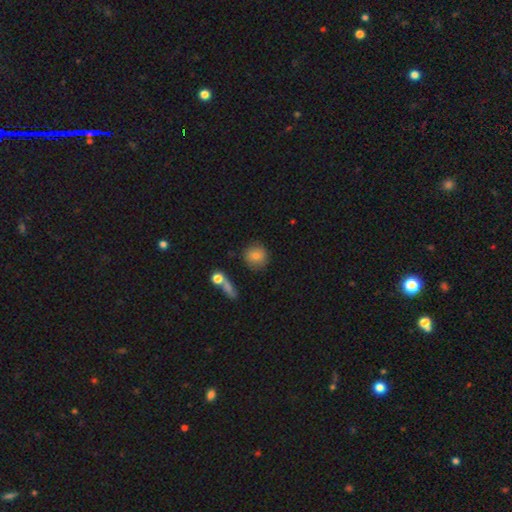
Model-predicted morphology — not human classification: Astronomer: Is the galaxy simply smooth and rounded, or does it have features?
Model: smooth — 79%.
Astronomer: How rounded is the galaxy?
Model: round — 86%.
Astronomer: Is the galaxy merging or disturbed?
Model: none — 79%.